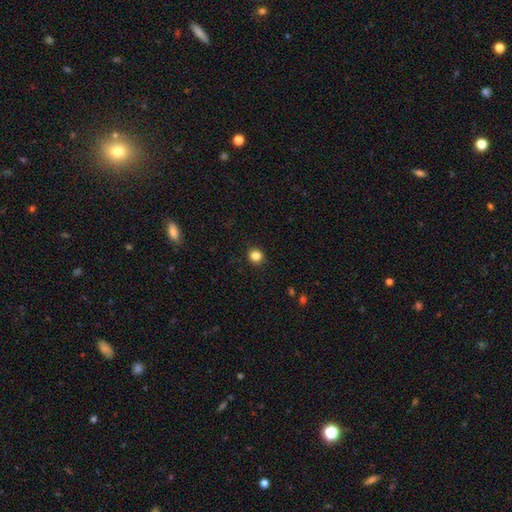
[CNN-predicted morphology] Overall: smooth (83%). How rounded: round (91%). Merging: none (91%).